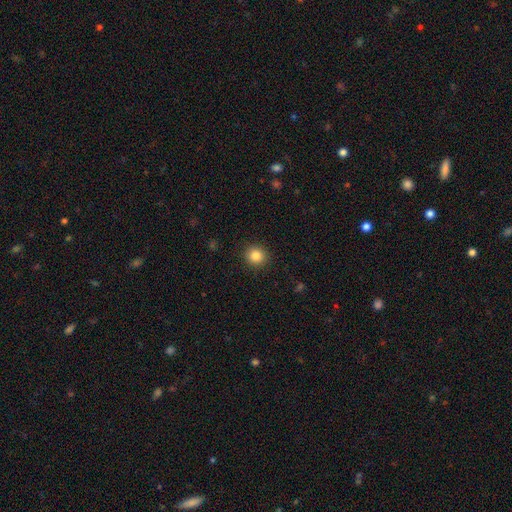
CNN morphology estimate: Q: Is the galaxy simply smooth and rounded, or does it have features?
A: smooth — 85%.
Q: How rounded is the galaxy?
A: round — 90%.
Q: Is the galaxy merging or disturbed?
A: none — 91%.